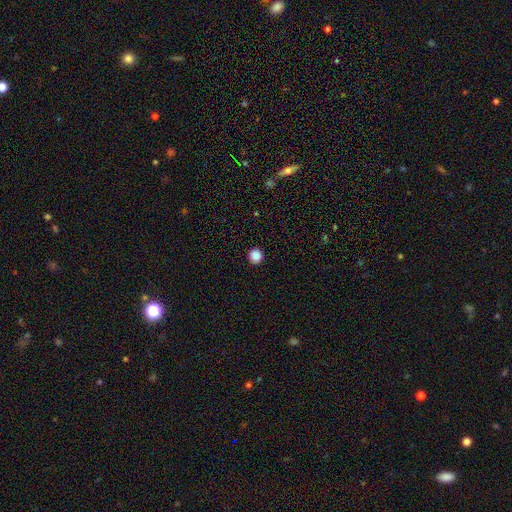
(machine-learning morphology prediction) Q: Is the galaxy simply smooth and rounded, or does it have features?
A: smooth — 88%.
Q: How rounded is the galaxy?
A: round — 95%.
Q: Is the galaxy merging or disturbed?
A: none — 94%.